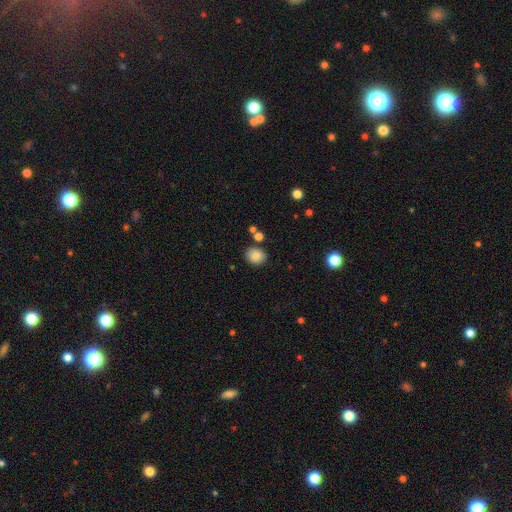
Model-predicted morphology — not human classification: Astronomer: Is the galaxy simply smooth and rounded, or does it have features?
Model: smooth — 85%.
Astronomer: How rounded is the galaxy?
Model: round — 59% (runner-up: in between, 40%).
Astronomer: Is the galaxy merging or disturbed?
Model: none — 81%.